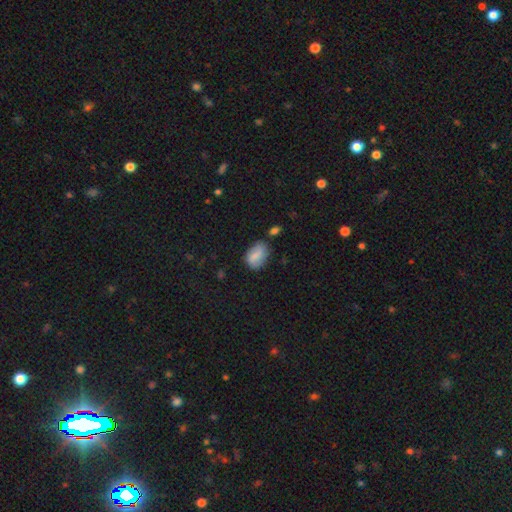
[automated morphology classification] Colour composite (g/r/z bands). It shows a smooth galaxy with no disk features (80%) that is in between round and cigar-shaped (87%). Merging: none (60%).